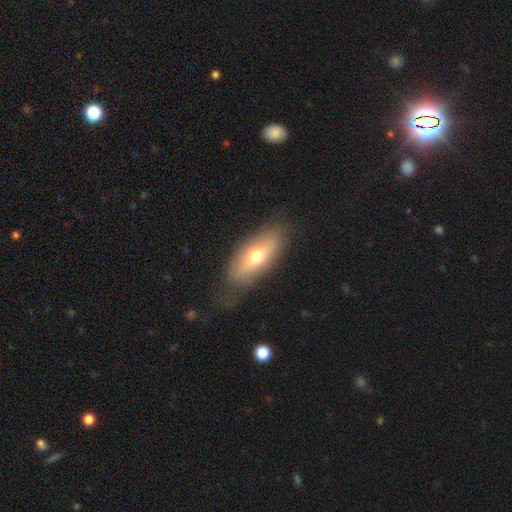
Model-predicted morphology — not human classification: Smooth or featured?
  - smooth: 57% *
  - featured or disk: 35%
  - star or artifact: 7%
How rounded?
  - in between: 74% *
  - cigar-shaped: 23%
  - round: 3%
Merging?
  - none: 73% *
  - minor disturbance: 20%
  - major disturbance: 6%
  - merger: 2%